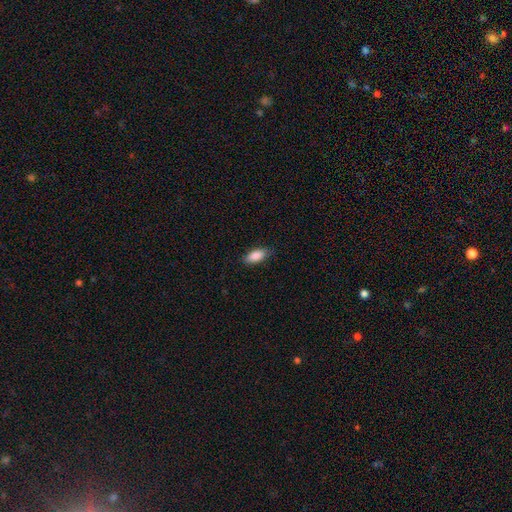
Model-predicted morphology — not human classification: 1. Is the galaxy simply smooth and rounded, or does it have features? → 88% smooth, 6% star or artifact, 5% featured or disk.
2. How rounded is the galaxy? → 87% in between, 10% cigar-shaped, 2% round.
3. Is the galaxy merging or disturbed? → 83% none, 13% minor disturbance, 3% major disturbance, 1% merger.